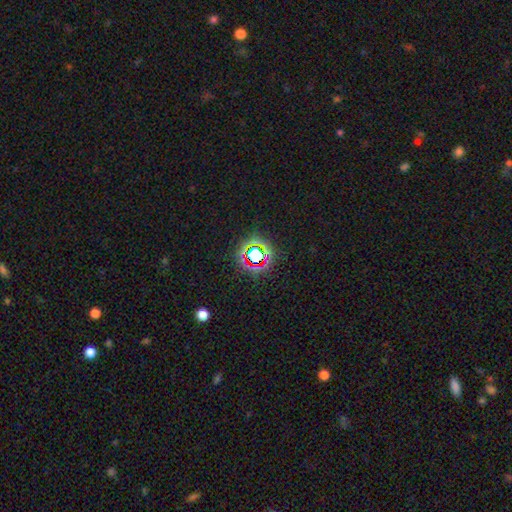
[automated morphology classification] Q: Smooth or featured?
A: star or artifact (67%); runner-up: smooth (22%)